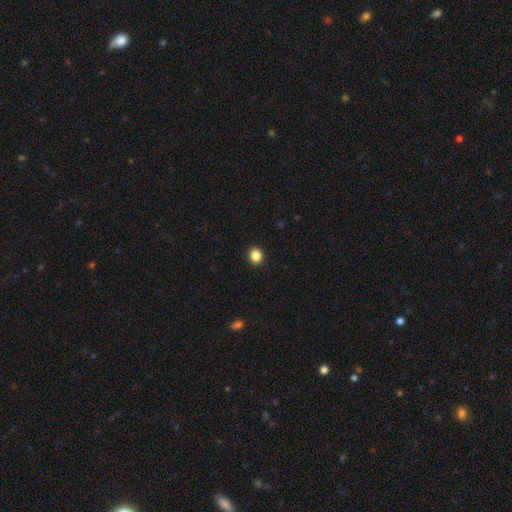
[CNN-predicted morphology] Smooth or featured?
  - smooth: 86% *
  - star or artifact: 10%
  - featured or disk: 3%
How rounded?
  - round: 77% *
  - in between: 22%
  - cigar-shaped: 1%
Merging?
  - none: 93% *
  - minor disturbance: 5%
  - major disturbance: 2%
  - merger: 1%